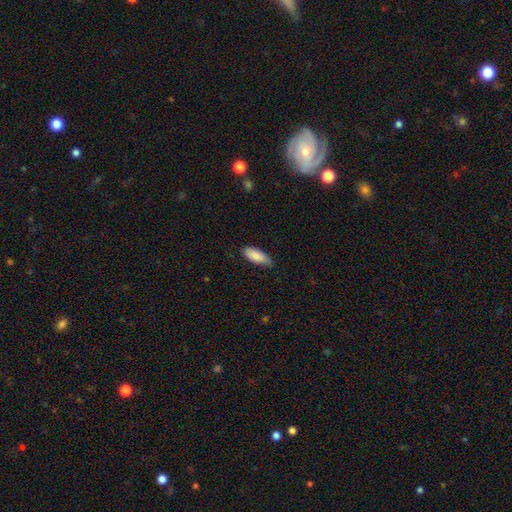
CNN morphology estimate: smooth-or-featured: smooth: 88% | featured or disk: 7% | star or artifact: 6%
  how-rounded: in between: 78% | cigar-shaped: 20% | round: 2%
  merging: none: 76% | minor disturbance: 20% | major disturbance: 3% | merger: 1%